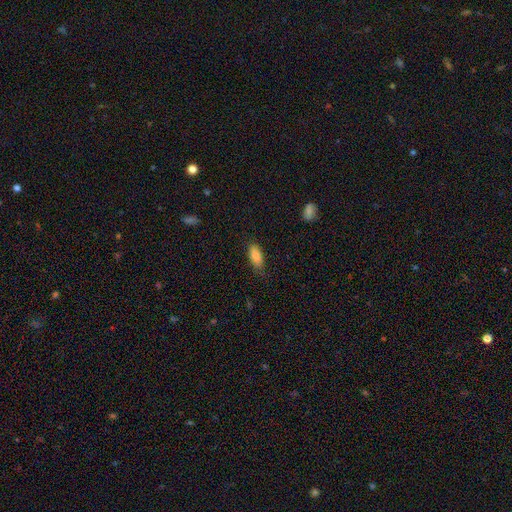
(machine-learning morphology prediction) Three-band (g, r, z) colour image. It shows a smooth galaxy with no disk features (87%) that is in between round and cigar-shaped (86%). Merging: none (77%).